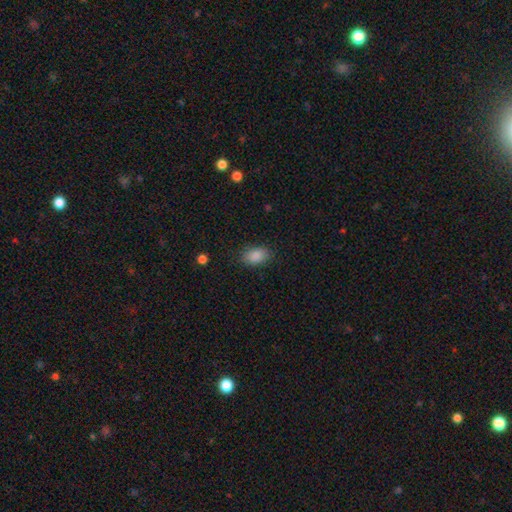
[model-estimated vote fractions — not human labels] The model was most divided on "merging": none: 85%, minor disturbance: 11%, major disturbance: 3%, merger: 1%. More confident: how rounded — in between (90%); smooth or featured — smooth (88%).